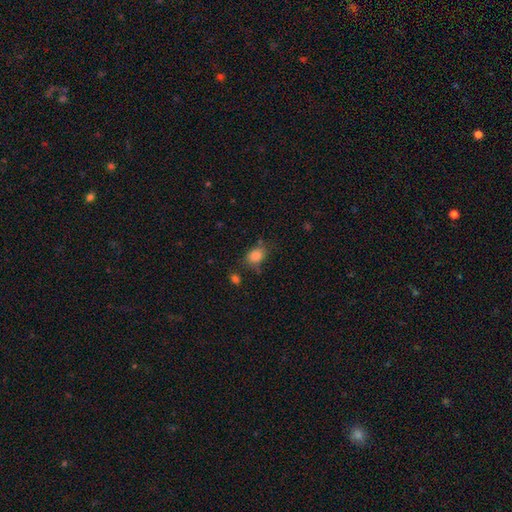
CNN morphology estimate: Smooth or featured? Predicted: smooth (p=0.83). How rounded? Predicted: in between (p=0.64). Merging? Predicted: none (p=0.67).